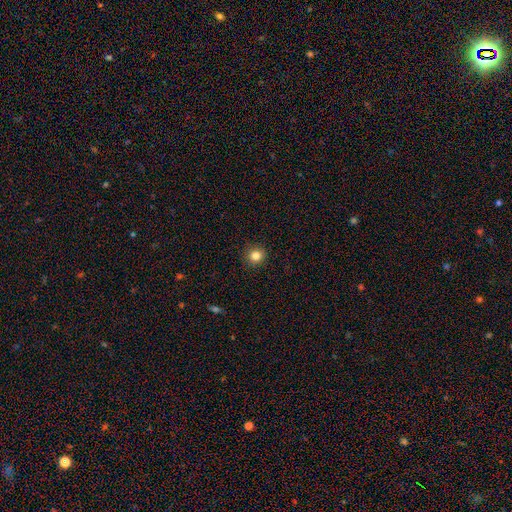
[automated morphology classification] This appears to be a smooth galaxy with no disk features (84%) that is round (91%). Merging: none (92%).